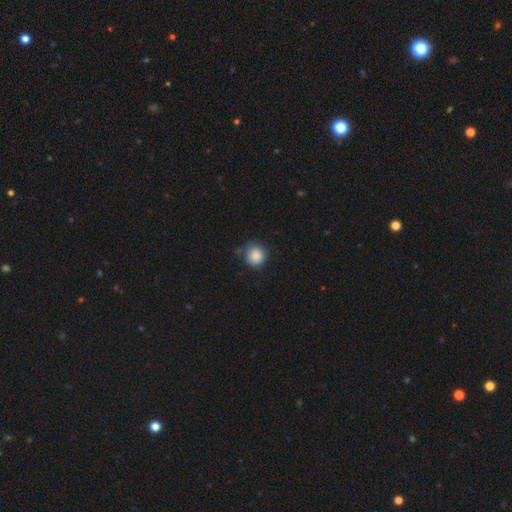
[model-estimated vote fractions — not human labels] A smooth galaxy with no disk features (87%) that is round (92%). Merging: none (73%).